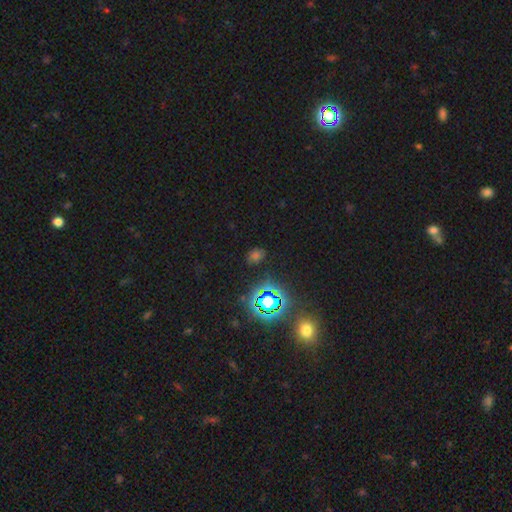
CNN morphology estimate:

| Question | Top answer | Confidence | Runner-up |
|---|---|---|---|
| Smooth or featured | star or artifact | 49% | smooth (43%) |